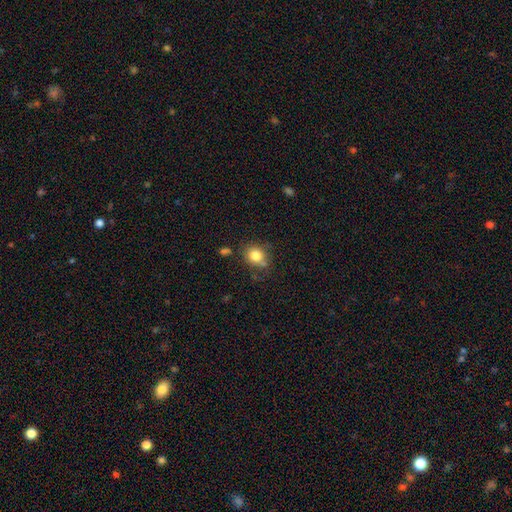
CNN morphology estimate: Smooth or featured? smooth (82%)
How rounded? round (69%)
Merging? none (69%)